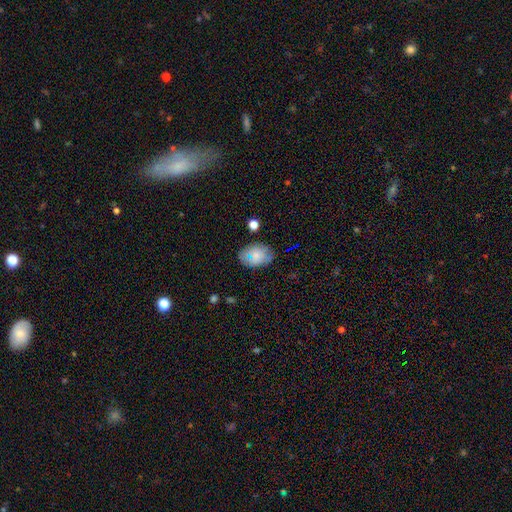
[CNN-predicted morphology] Smooth or featured? smooth (68%)
How rounded? in between (84%)
Merging? none (73%)